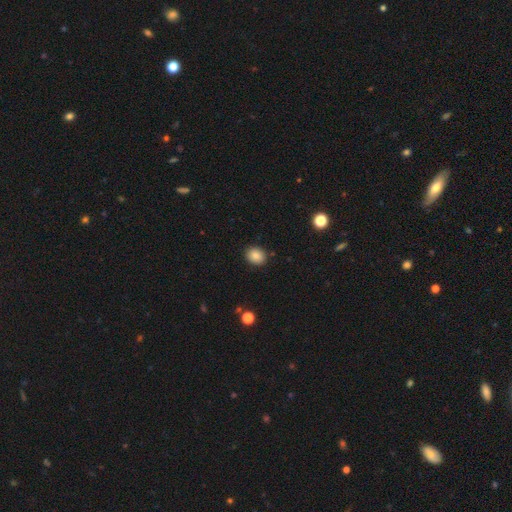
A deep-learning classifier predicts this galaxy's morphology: The model was most divided on "how rounded": round: 57%, in between: 42%, cigar-shaped: 1%. More confident: merging — none (88%); smooth or featured — smooth (84%).